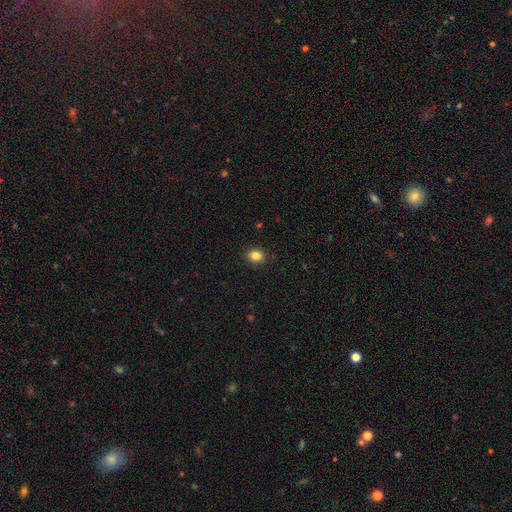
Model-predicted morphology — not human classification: A smooth galaxy with no disk features (84%) that is round (64%).

Vote fractions:
- Smooth or featured? smooth: 84% / star or artifact: 11% / featured or disk: 5%
- How rounded? round: 64% / in between: 35% / cigar-shaped: 1%
- Merging? none: 91% / minor disturbance: 6% / major disturbance: 2% / merger: 1%